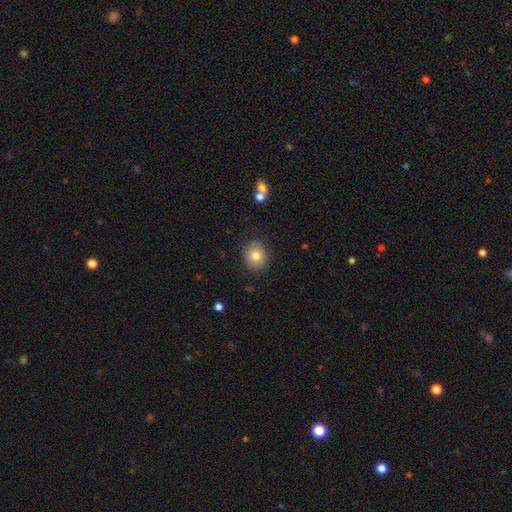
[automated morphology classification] The model was most divided on "how rounded": round: 69%, in between: 30%, cigar-shaped: 1%. More confident: merging — none (86%); smooth or featured — smooth (81%).